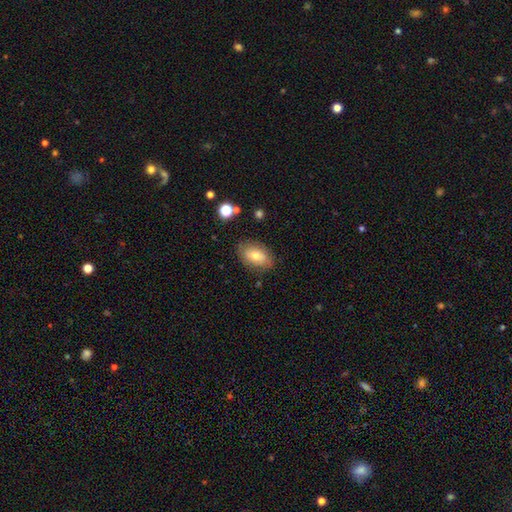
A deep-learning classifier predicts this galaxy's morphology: Overall: smooth (68%). How rounded: in between (88%). Merging: none (80%).